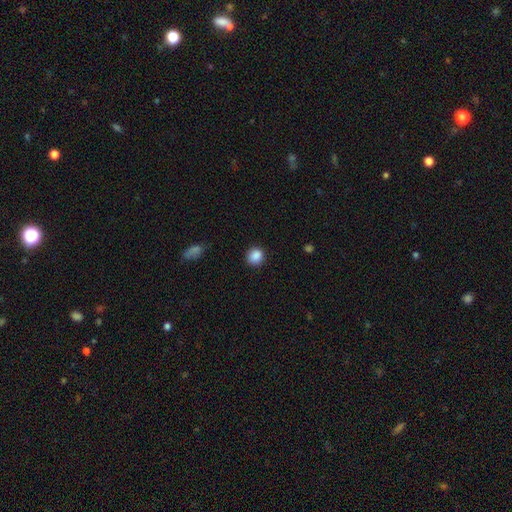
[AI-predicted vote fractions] Smooth or featured? Predicted: smooth (p=0.88). How rounded? Predicted: round (p=0.85). Merging? Predicted: none (p=0.87).